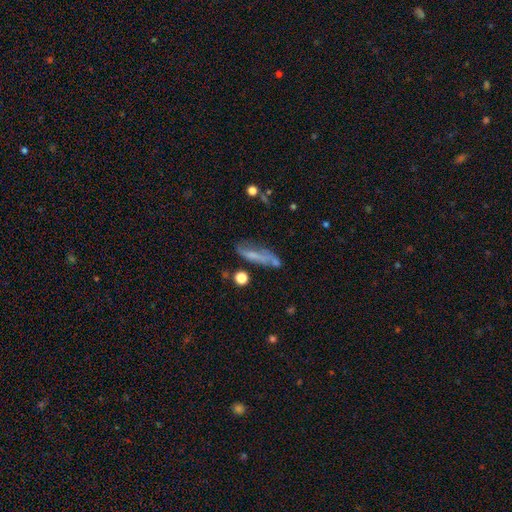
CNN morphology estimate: Smooth or featured? Predicted: smooth (p=0.51). How rounded? Predicted: cigar-shaped (p=0.64). Merging? Predicted: none (p=0.41).